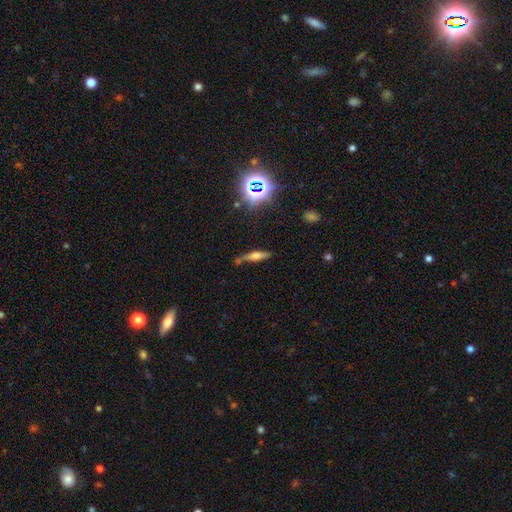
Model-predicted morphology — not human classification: A featured or disk galaxy (45%).

Vote fractions:
- Smooth or featured? featured or disk: 45% / smooth: 38% / star or artifact: 16%
- Merging? none: 66% / minor disturbance: 19% / merger: 9% / major disturbance: 6%